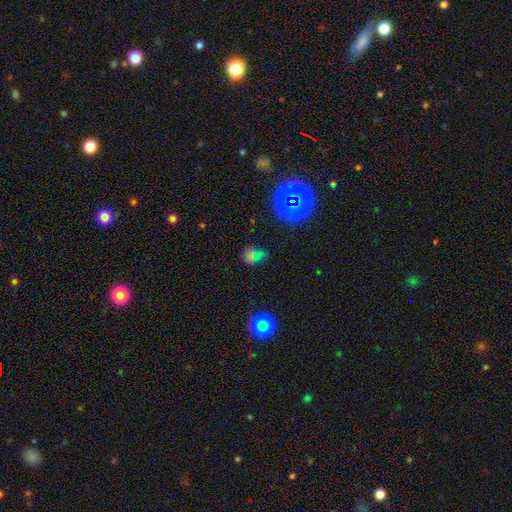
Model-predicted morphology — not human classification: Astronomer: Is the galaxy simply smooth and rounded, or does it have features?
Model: smooth — 52% (runner-up: star or artifact, 39%).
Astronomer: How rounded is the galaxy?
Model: round — 50% (runner-up: in between, 48%).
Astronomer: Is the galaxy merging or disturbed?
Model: none — 71%.